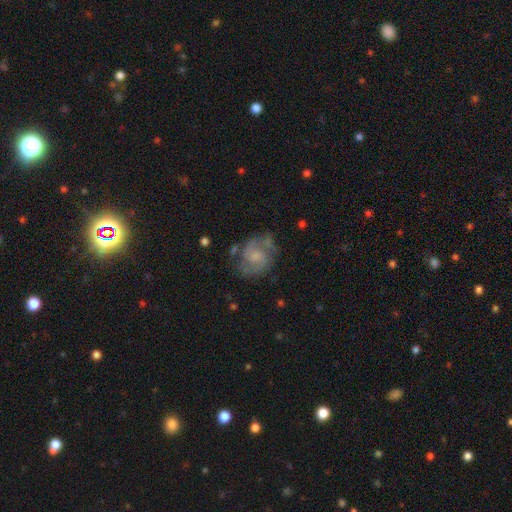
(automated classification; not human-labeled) Q: Smooth or featured?
A: featured or disk (73%); runner-up: smooth (19%)
Q: Edge-on disk?
A: no (98%); runner-up: yes (2%)
Q: Bar?
A: no (60%); runner-up: weak (35%)
Q: Spiral arms?
A: yes (92%); runner-up: no (8%)
Q: Spiral winding?
A: medium (53%); runner-up: tight (28%)
Q: Spiral arm count?
A: 2 (84%); runner-up: can't tell (8%)
Q: Bulge size?
A: small (45%); runner-up: moderate (26%)
Q: Merging?
A: none (67%); runner-up: minor disturbance (19%)